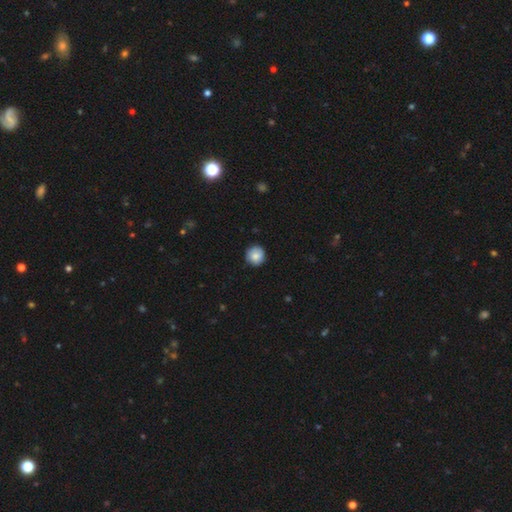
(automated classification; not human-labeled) smooth 83%, featured or disk 9%, star or artifact 8%. Down the decision tree: how rounded — round (93%); merging — none (86%).